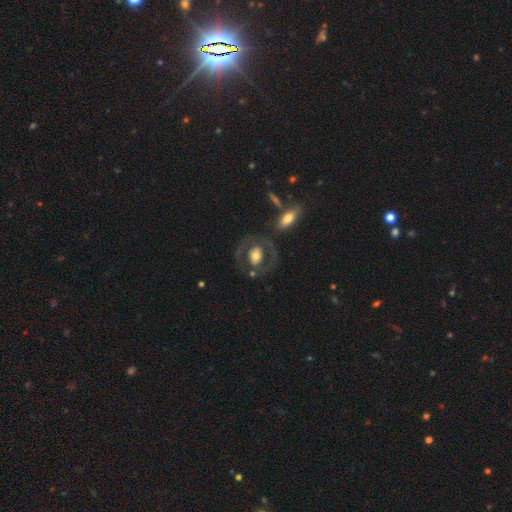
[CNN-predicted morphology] The model was most divided on "smooth or featured": featured or disk: 52%, smooth: 42%, star or artifact: 6%. More confident: edge-on disk — no (93%); merging — none (70%).